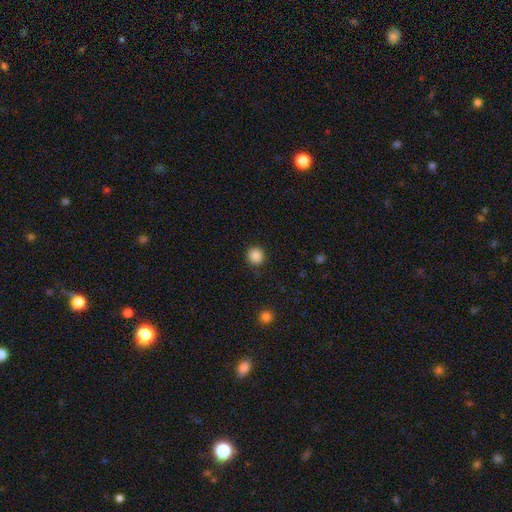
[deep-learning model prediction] smooth_or_featured: smooth (p=0.87) [alt: star or artifact p=0.10]
how_rounded: round (p=0.94) [alt: in between p=0.05]
merging: none (p=0.90) [alt: minor disturbance p=0.06]